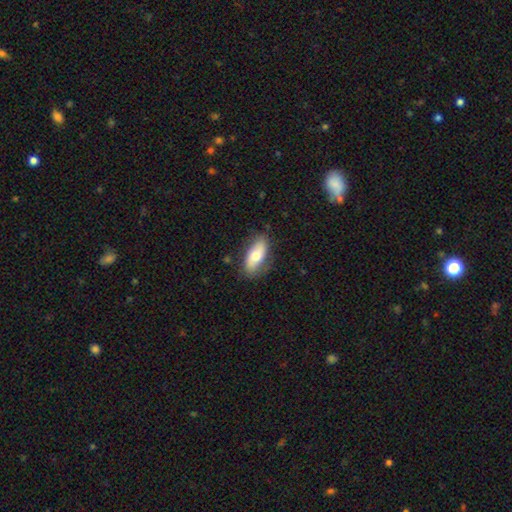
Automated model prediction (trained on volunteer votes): Smooth or featured? smooth (64%)
How rounded? in between (85%)
Merging? none (78%)